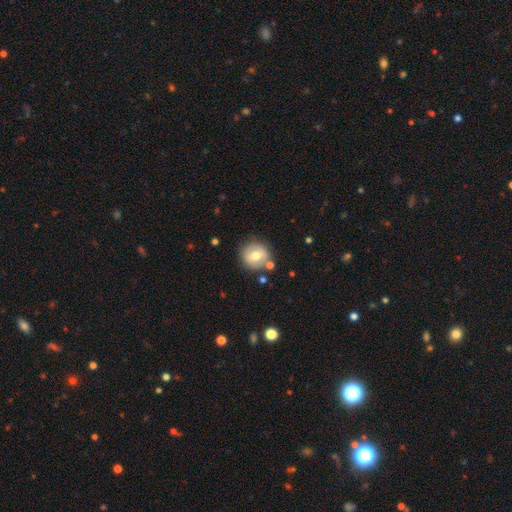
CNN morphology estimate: This appears to be a smooth galaxy with no disk features (61%) that is round (89%). Merging: none (78%).